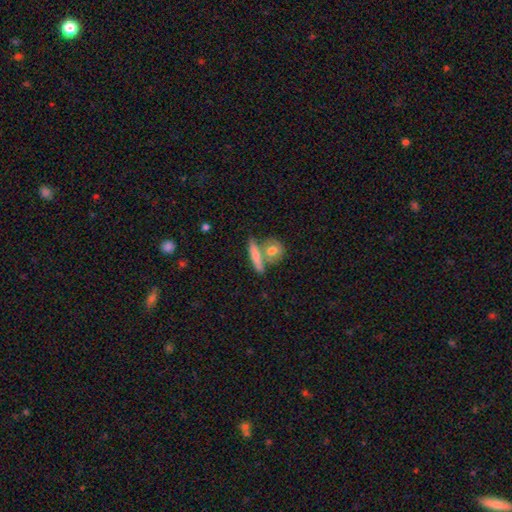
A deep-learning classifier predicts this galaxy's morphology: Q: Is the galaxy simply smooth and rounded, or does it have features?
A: smooth — 61%.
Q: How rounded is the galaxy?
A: cigar-shaped — 61%.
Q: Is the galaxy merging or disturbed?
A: none — 51%.